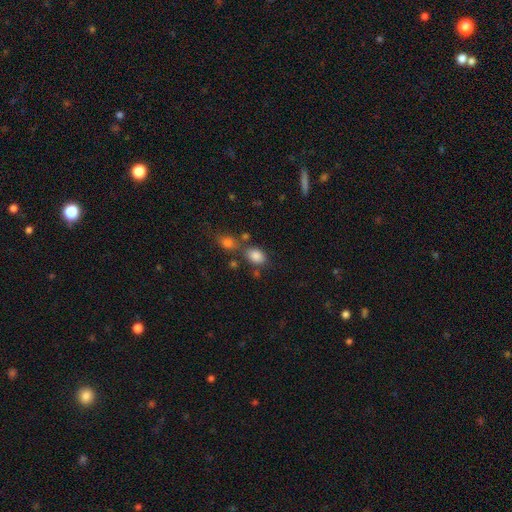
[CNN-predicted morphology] This appears to be a smooth galaxy with no disk features (84%) that is in between round and cigar-shaped (76%). Merging: none (62%).